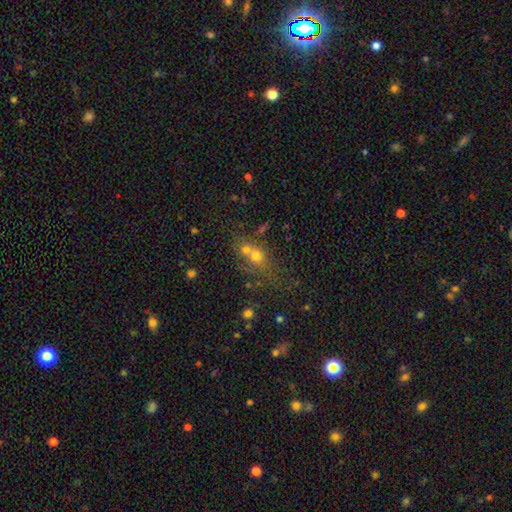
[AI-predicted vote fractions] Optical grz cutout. It shows a smooth galaxy with no disk features (62%) that is round (63%). Merging: merger (47%).